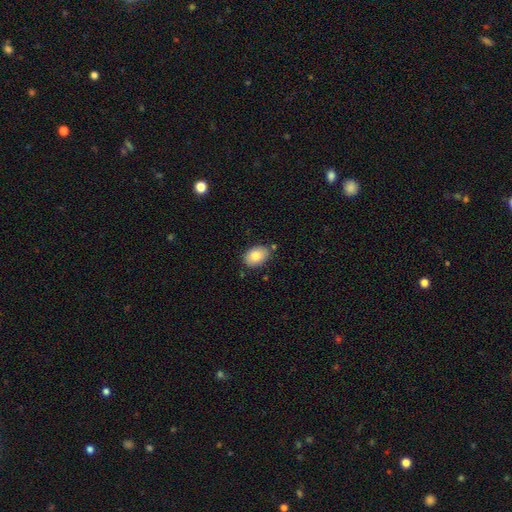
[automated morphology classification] Smooth or featured?
  - smooth: 84% *
  - featured or disk: 9%
  - star or artifact: 7%
How rounded?
  - in between: 83% *
  - round: 16%
  - cigar-shaped: 1%
Merging?
  - none: 79% *
  - minor disturbance: 14%
  - merger: 4%
  - major disturbance: 3%